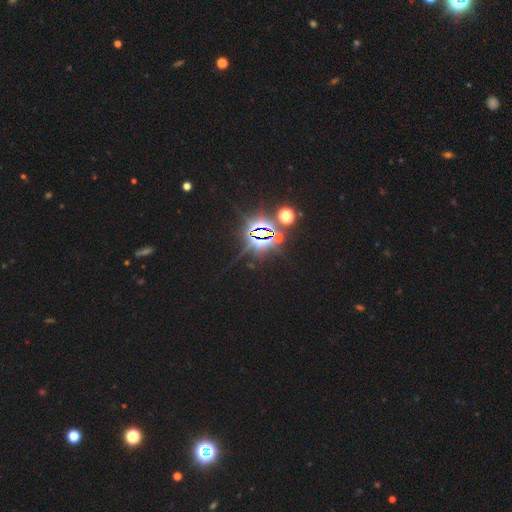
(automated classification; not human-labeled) Smooth or featured?
  - star or artifact: 83% *
  - smooth: 10%
  - featured or disk: 6%